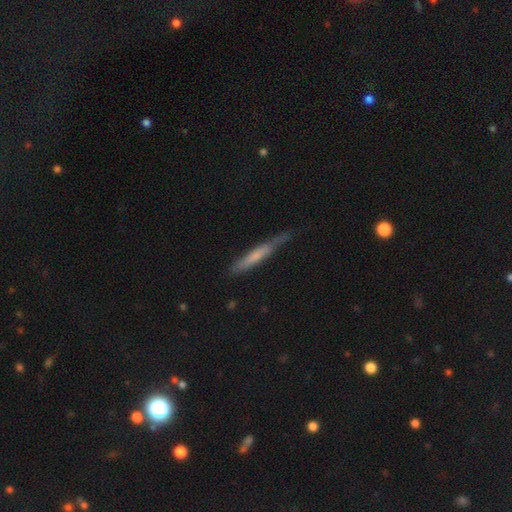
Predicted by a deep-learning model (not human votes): A smooth galaxy with no disk features (56%) that is cigar-shaped (94%). Merging: none (62%).